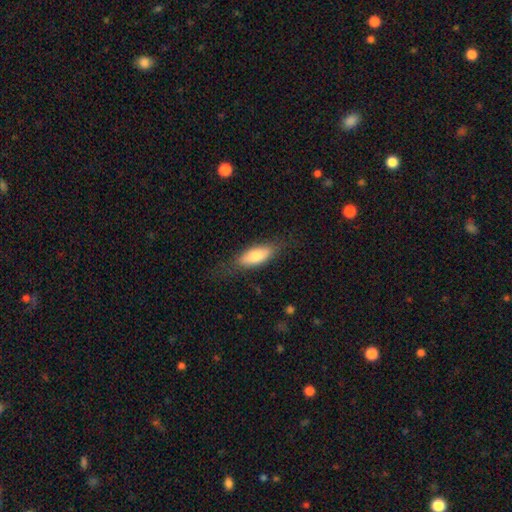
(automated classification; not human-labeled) This appears to be a smooth galaxy with no disk features (74%) that is in between round and cigar-shaped (74%). Merging: none (74%).